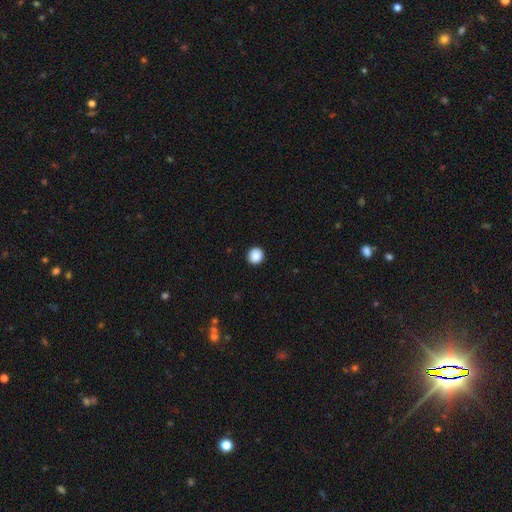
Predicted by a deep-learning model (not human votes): A smooth galaxy with no disk features (89%) that is round (94%).

Vote fractions:
- Smooth or featured? smooth: 89% / star or artifact: 9% / featured or disk: 2%
- How rounded? round: 94% / in between: 5% / cigar-shaped: 1%
- Merging? none: 93% / minor disturbance: 4% / major disturbance: 2% / merger: 1%